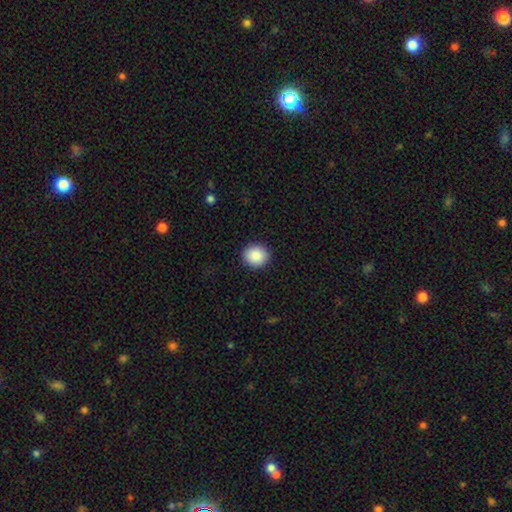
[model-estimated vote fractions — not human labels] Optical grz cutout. It shows a smooth galaxy with no disk features (87%) that is round (83%). Merging: none (92%).